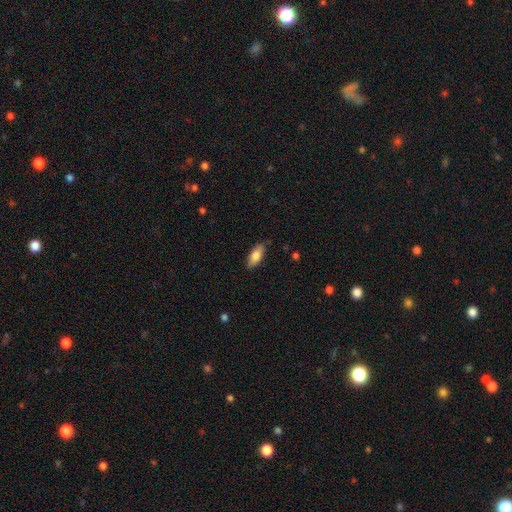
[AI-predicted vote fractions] Morphology: type=smooth (79%); roundness=in between (80%); merging=none (84%).